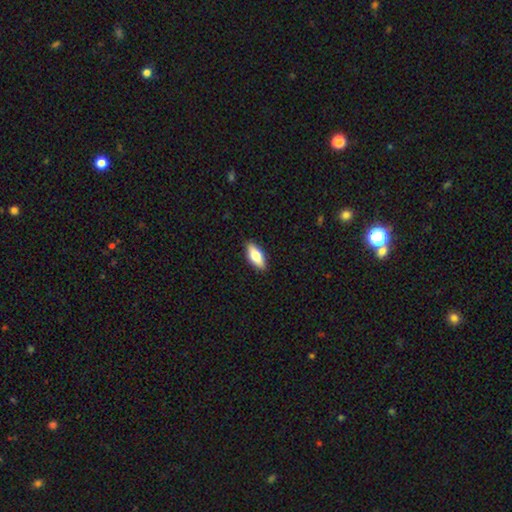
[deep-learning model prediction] Overall: smooth (69%). How rounded: in between (73%). Merging: none (89%).